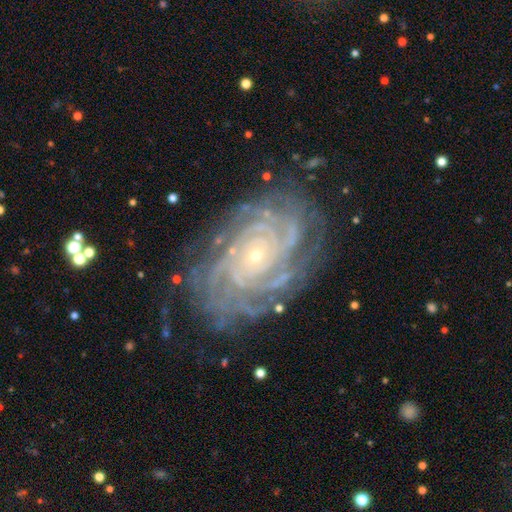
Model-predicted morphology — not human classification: Q: Smooth or featured?
A: featured or disk (91%); runner-up: star or artifact (5%)
Q: Edge-on disk?
A: no (97%); runner-up: yes (3%)
Q: Bar?
A: no (78%); runner-up: weak (15%)
Q: Spiral arms?
A: yes (98%); runner-up: no (2%)
Q: Spiral winding?
A: tight (83%); runner-up: medium (15%)
Q: Spiral arm count?
A: more than 4 (30%); runner-up: 4 (23%)
Q: Bulge size?
A: small (84%); runner-up: moderate (13%)
Q: Merging?
A: none (78%); runner-up: minor disturbance (15%)